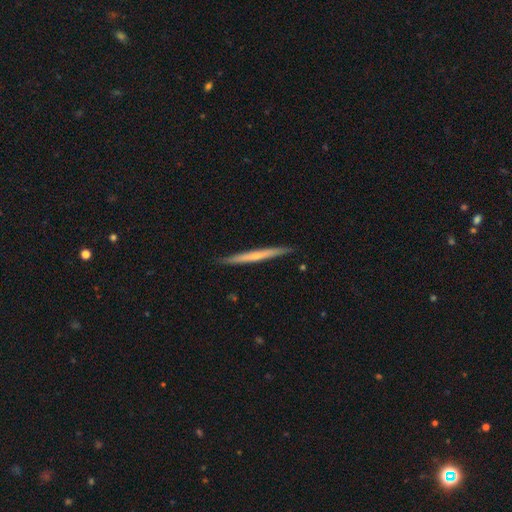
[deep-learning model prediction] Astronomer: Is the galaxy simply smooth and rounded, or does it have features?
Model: featured or disk — 53% (runner-up: smooth, 41%).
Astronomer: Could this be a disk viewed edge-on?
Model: yes — 97%.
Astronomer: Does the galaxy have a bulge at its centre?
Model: none — 68%.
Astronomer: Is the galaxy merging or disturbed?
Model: none — 90%.